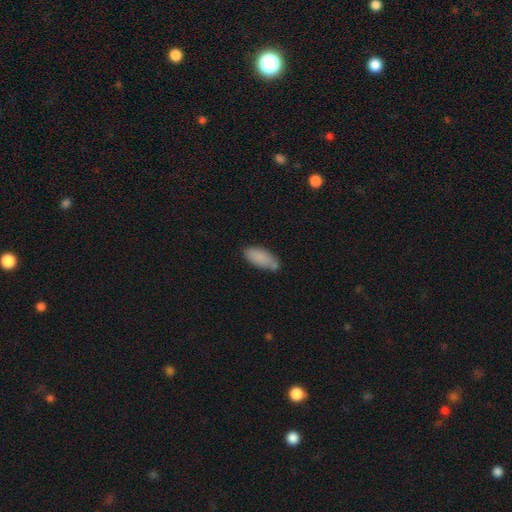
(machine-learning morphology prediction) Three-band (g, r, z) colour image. It shows a smooth galaxy with no disk features (85%) that is in between round and cigar-shaped (80%). Merging: none (67%).